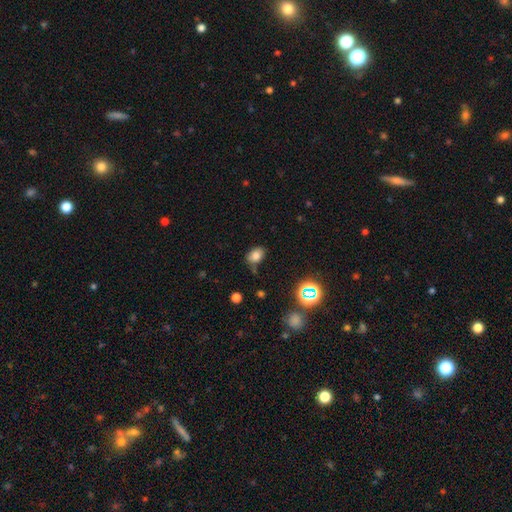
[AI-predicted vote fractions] Smooth or featured: smooth — 78% (star or artifact — 15%)
How rounded: in between — 76% (round — 23%)
Merging: none — 70% (minor disturbance — 20%)